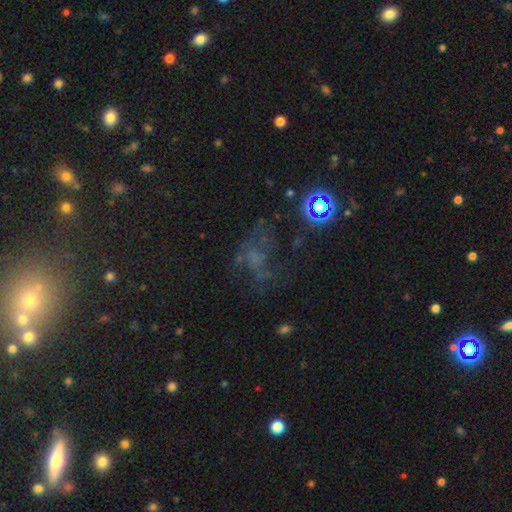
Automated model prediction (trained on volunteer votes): Overall: featured or disk (38%; star or artifact 37%). Merging: none (45%; major disturbance 32%).